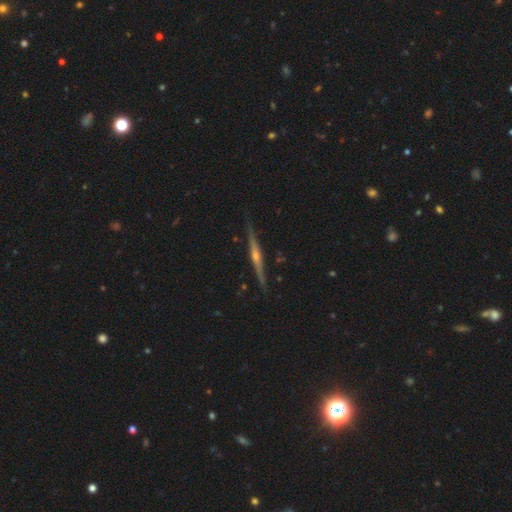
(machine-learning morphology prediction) Smooth or featured?
  - featured or disk: 83% *
  - smooth: 11%
  - star or artifact: 6%
Edge-on disk?
  - yes: 98% *
  - no: 2%
Edge-on bulge?
  - rounded: 85% *
  - none: 9%
  - boxy: 5%
Merging?
  - none: 89% *
  - minor disturbance: 8%
  - major disturbance: 1%
  - merger: 1%